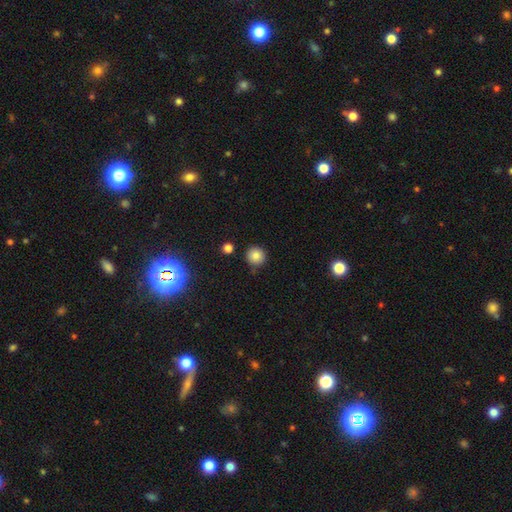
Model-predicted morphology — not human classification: The model was most divided on "smooth or featured": smooth: 83%, star or artifact: 12%, featured or disk: 6%. More confident: how rounded — round (94%); merging — none (86%).